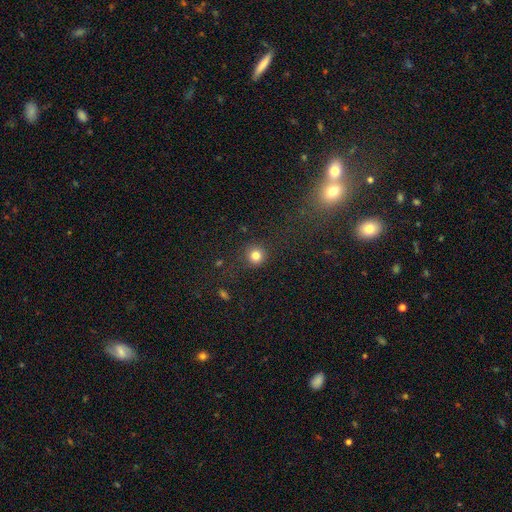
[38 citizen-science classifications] smooth_or_featured: smooth (p=0.82) [alt: featured or disk p=0.11]
how_rounded: round (p=0.90) [alt: in between p=0.10]
merging: none (p=0.86) [alt: minor disturbance p=0.11]